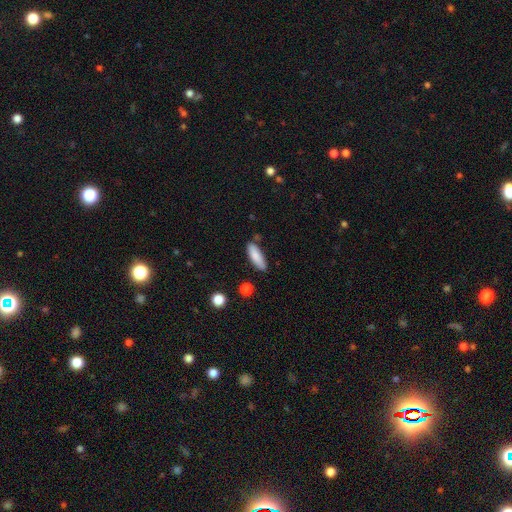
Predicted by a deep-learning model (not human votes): Smooth or featured: smooth — 85% (featured or disk — 8%)
How rounded: in between — 55% (cigar-shaped — 43%)
Merging: none — 78% (minor disturbance — 15%)